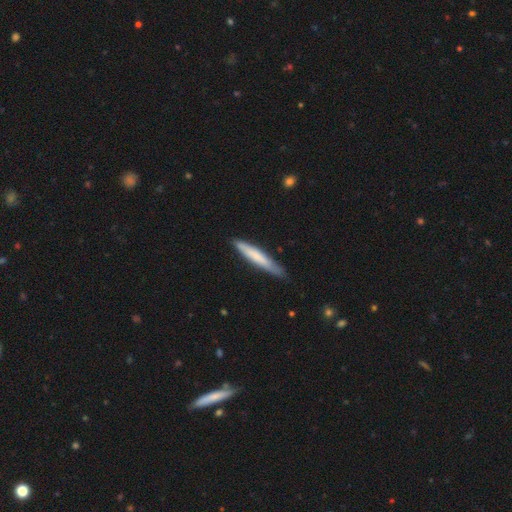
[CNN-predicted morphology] Smooth or featured? Predicted: smooth (p=0.68). How rounded? Predicted: cigar-shaped (p=0.94). Merging? Predicted: none (p=0.80).